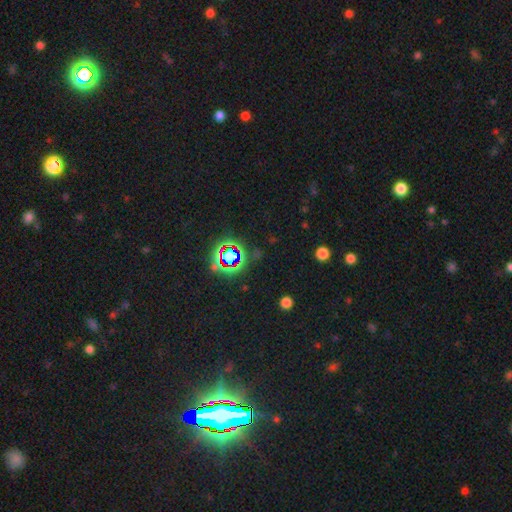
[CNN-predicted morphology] Smooth or featured? star or artifact (80%)